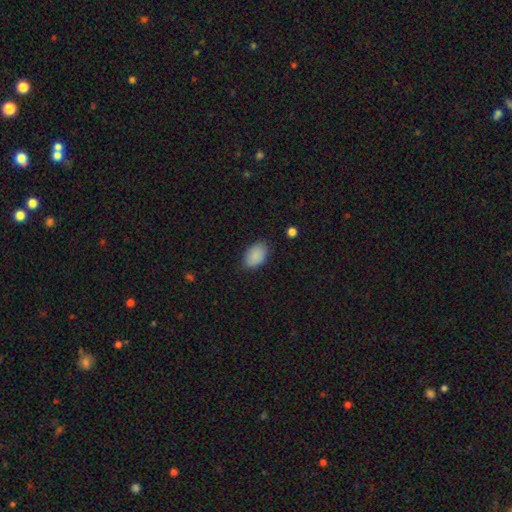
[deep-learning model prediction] Smooth or featured: smooth — 88% (star or artifact — 7%)
How rounded: in between — 90% (round — 9%)
Merging: none — 80% (minor disturbance — 16%)